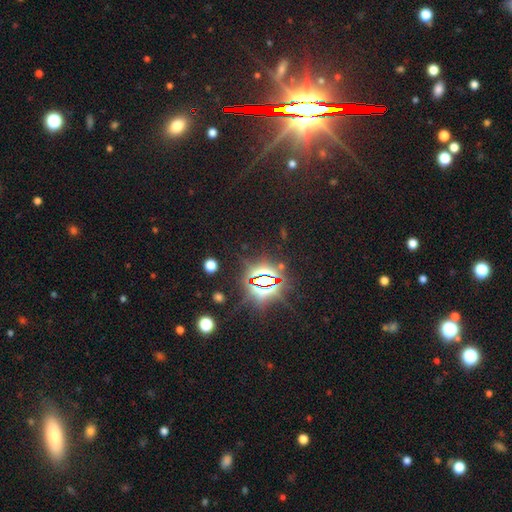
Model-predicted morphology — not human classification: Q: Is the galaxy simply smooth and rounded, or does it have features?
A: star or artifact — 80%.